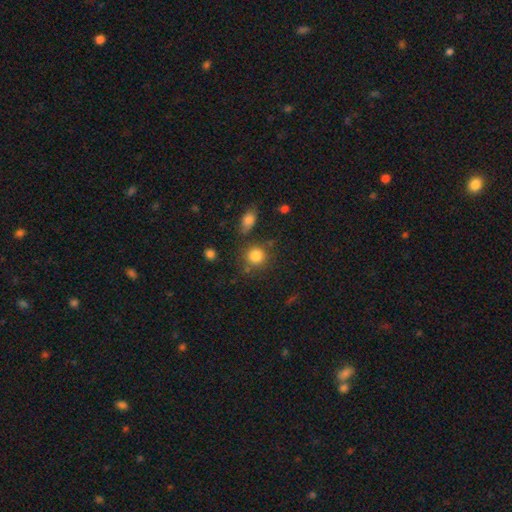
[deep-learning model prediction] smooth 84%, star or artifact 11%, featured or disk 6%. Down the decision tree: how rounded — round (88%); merging — none (75%).